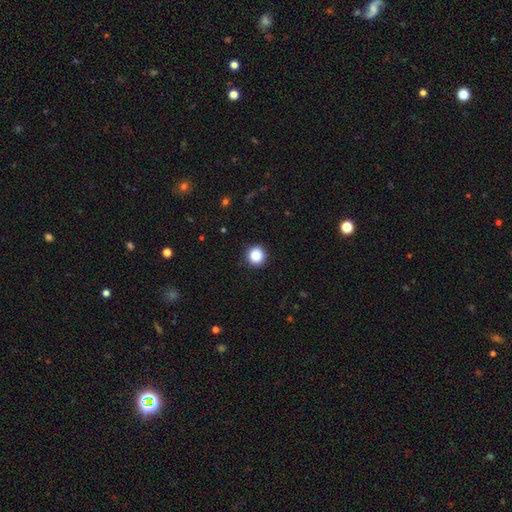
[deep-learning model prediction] Smooth or featured: smooth — 87% (star or artifact — 10%)
How rounded: round — 94% (in between — 5%)
Merging: none — 92% (minor disturbance — 5%)